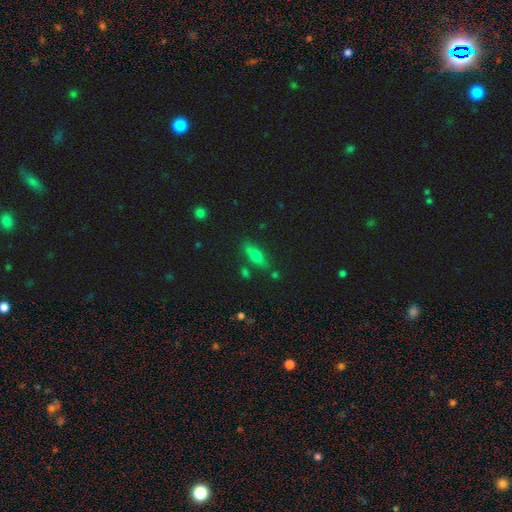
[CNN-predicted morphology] smooth-or-featured: smooth: 54% | featured or disk: 34% | star or artifact: 12%
  how-rounded: in between: 52% | cigar-shaped: 43% | round: 5%
  merging: none: 77% | minor disturbance: 14% | merger: 6% | major disturbance: 4%